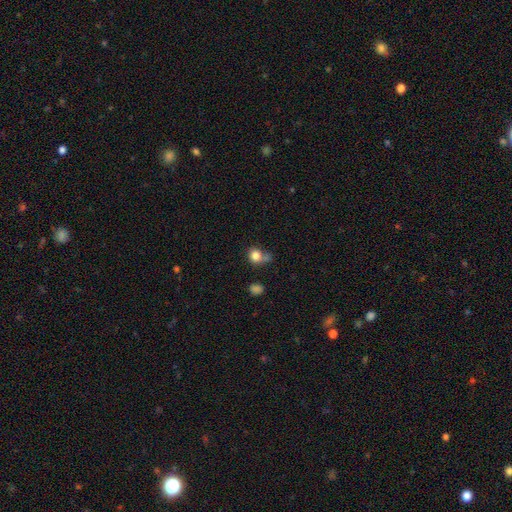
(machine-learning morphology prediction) A smooth galaxy with no disk features (81%) that is round (72%). Merging: none (46%).